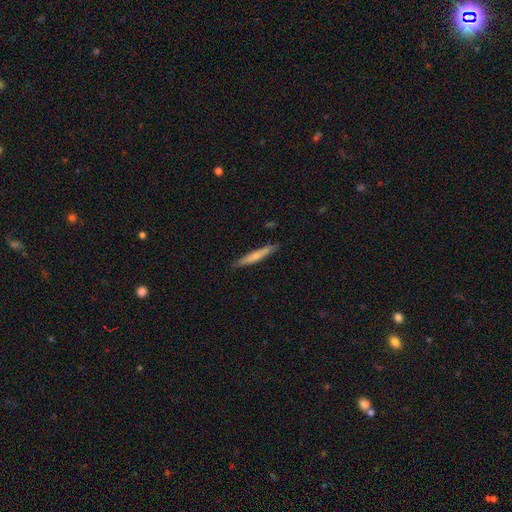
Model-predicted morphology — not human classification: smooth 65%, featured or disk 29%, star or artifact 6%. Down the decision tree: how rounded — cigar-shaped (95%); merging — none (87%).